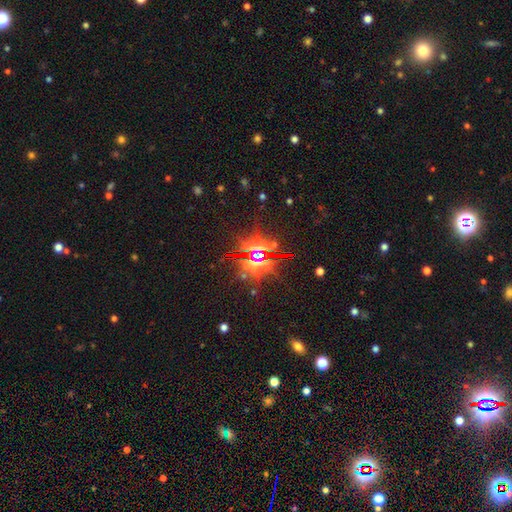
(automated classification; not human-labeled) Smooth or featured: star or artifact — 82% (smooth — 10%)